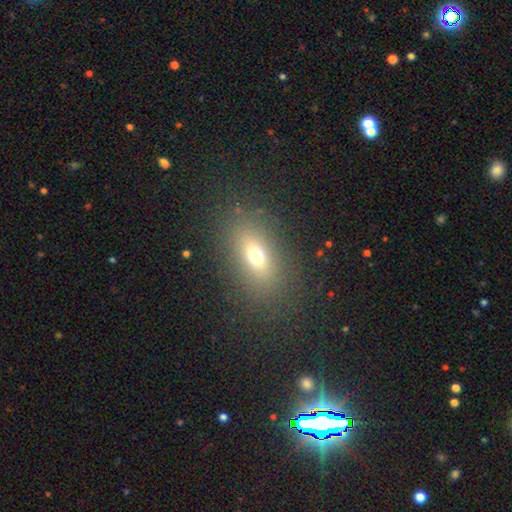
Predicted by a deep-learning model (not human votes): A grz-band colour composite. It shows a smooth galaxy with no disk features (65%) that is in between round and cigar-shaped (73%). Merging: none (83%).